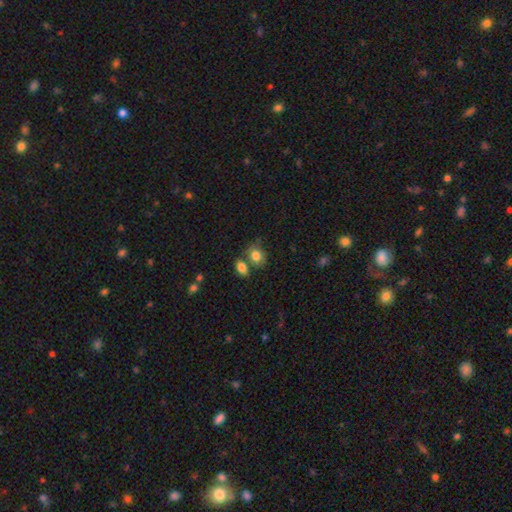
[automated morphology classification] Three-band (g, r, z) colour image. It shows a smooth galaxy with no disk features (81%) that is in between round and cigar-shaped (57%). Merging: none (49%).